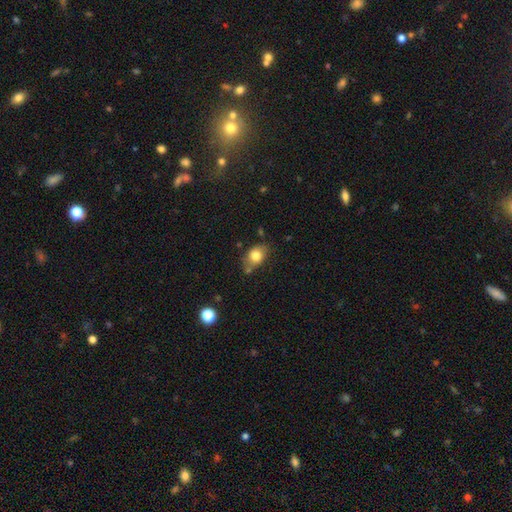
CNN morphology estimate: Smooth or featured? smooth (79%)
How rounded? in between (66%)
Merging? none (63%)